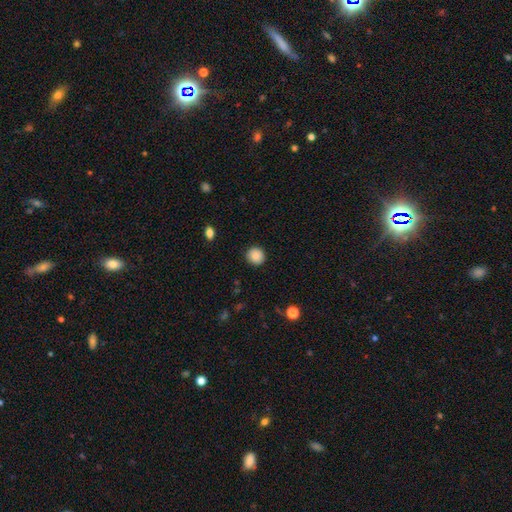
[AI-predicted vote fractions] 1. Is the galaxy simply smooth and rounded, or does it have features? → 87% smooth, 9% star or artifact, 4% featured or disk.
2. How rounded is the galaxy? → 91% round, 8% in between, 1% cigar-shaped.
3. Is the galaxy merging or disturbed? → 90% none, 7% minor disturbance, 2% major disturbance, 1% merger.